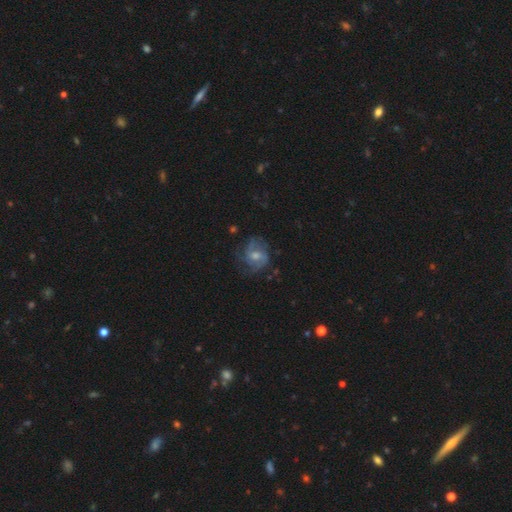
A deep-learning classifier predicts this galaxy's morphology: A featured or disk galaxy (62%) with no bar (47%), spiral arms (83%) and a moderate central bulge (57%). Merging: none (60%).